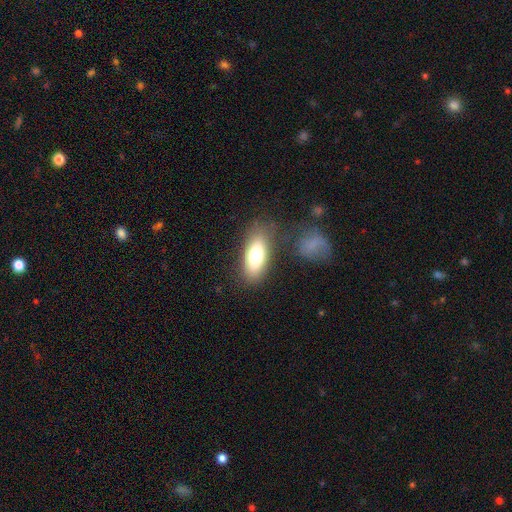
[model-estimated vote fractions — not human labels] This appears to be a smooth galaxy with no disk features (77%) that is in between round and cigar-shaped (76%). Merging: none (78%).